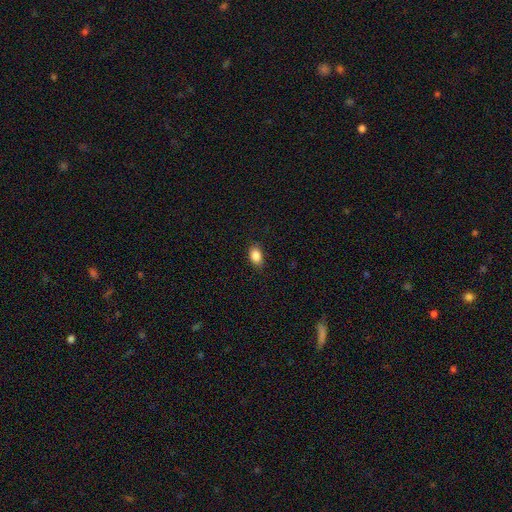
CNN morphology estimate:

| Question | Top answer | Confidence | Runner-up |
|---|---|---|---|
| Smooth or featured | smooth | 87% | star or artifact (9%) |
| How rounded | in between | 83% | round (15%) |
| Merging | none | 87% | minor disturbance (10%) |